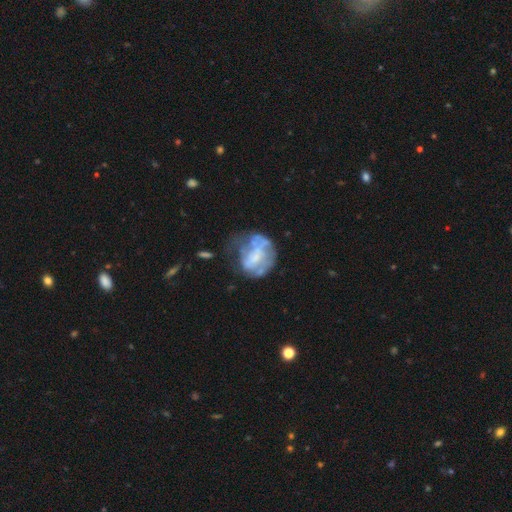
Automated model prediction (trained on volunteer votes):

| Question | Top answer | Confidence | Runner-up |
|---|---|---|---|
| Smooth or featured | featured or disk | 60% | smooth (30%) |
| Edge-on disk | no | 97% | yes (3%) |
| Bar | no | 67% | weak (23%) |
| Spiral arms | no | 73% | yes (27%) |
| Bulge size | none | 45% | small (25%) |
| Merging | major disturbance | 33% | tied: none (33%) |